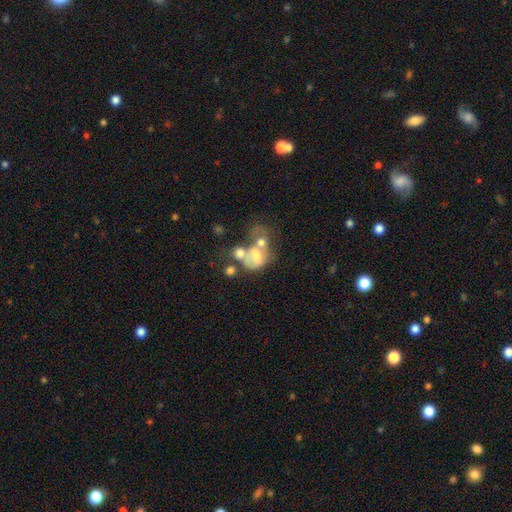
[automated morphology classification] featured or disk 44%, smooth 43%, star or artifact 13%. Down the decision tree: merging — merger (58%).